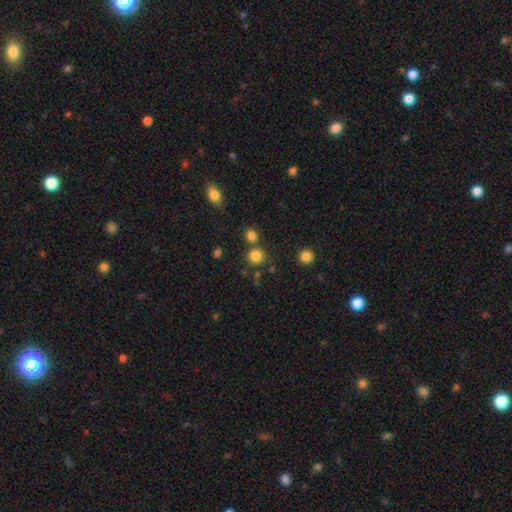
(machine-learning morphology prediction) The model was most divided on "merging": none: 75%, merger: 15%, minor disturbance: 7%, major disturbance: 3%. More confident: how rounded — round (91%); smooth or featured — smooth (82%).